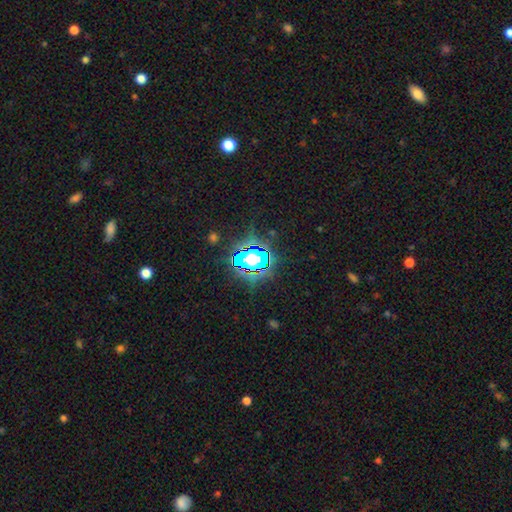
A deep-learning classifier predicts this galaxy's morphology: This appears to be a star or artifact, not a galaxy (66%).